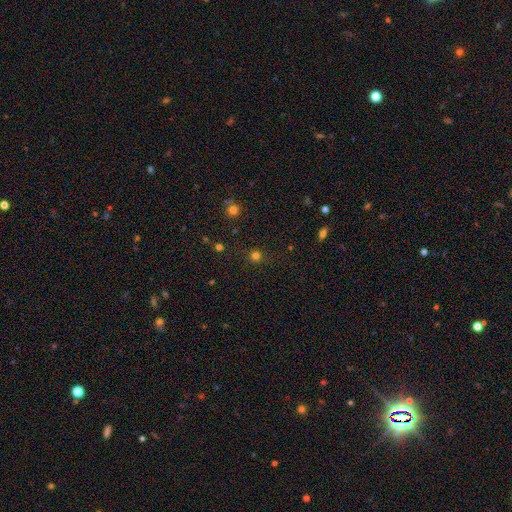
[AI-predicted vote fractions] A smooth galaxy with no disk features (75%) that is round (93%).

Vote fractions:
- Smooth or featured? smooth: 75% / star or artifact: 21% / featured or disk: 5%
- How rounded? round: 93% / in between: 6% / cigar-shaped: 1%
- Merging? none: 89% / minor disturbance: 7% / major disturbance: 2% / merger: 2%